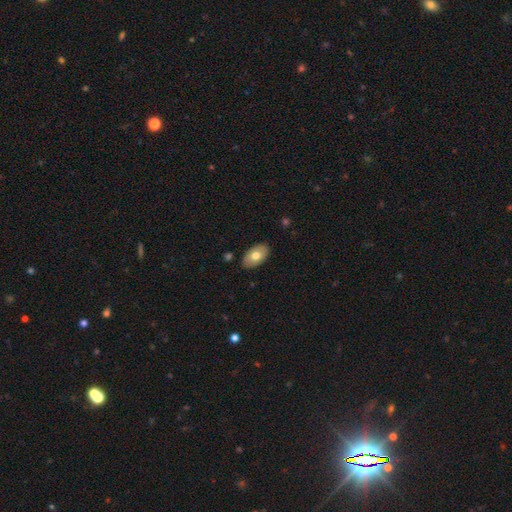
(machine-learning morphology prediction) Smooth or featured: smooth — 71% (featured or disk — 23%)
How rounded: in between — 94% (round — 5%)
Merging: none — 87% (minor disturbance — 10%)